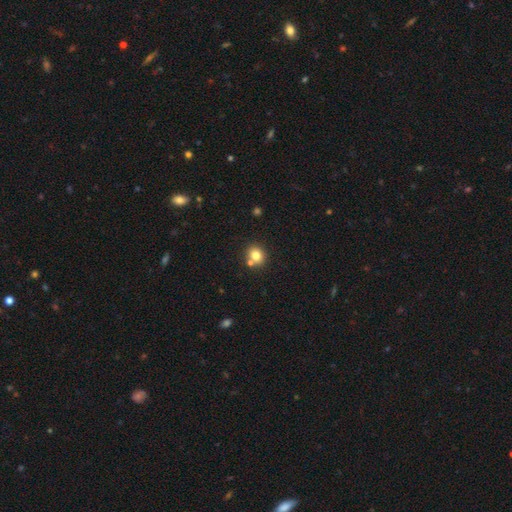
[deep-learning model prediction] smooth 80%, star or artifact 11%, featured or disk 9%. Down the decision tree: how rounded — round (72%); merging — none (68%).